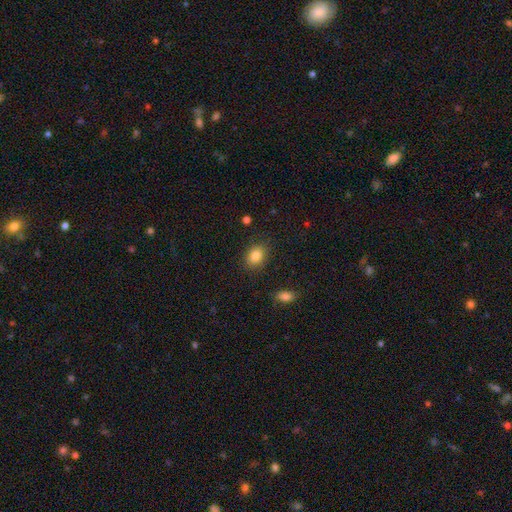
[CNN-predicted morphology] Smooth or featured: smooth — 84% (star or artifact — 9%)
How rounded: in between — 61% (round — 38%)
Merging: none — 85% (minor disturbance — 10%)